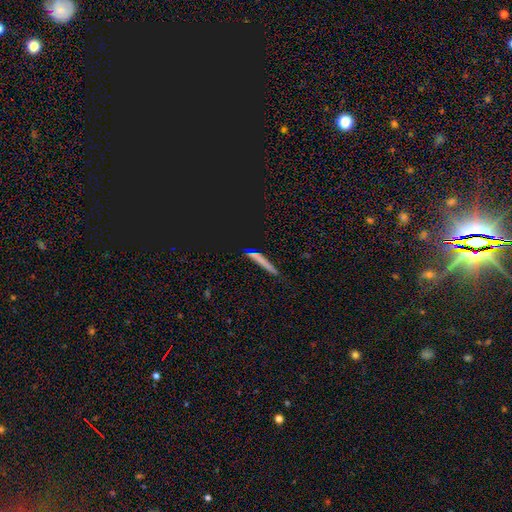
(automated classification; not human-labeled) A smooth galaxy with no disk features (50%) that is cigar-shaped (88%). Merging: none (80%).